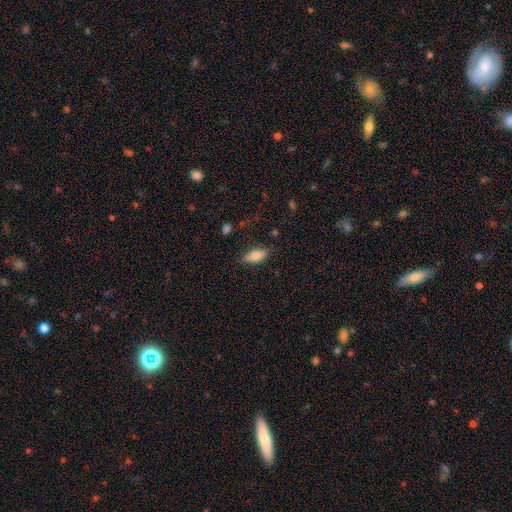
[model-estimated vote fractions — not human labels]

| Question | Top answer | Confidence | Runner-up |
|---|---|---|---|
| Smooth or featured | smooth | 76% | featured or disk (16%) |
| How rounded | in between | 73% | cigar-shaped (25%) |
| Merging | none | 80% | minor disturbance (15%) |